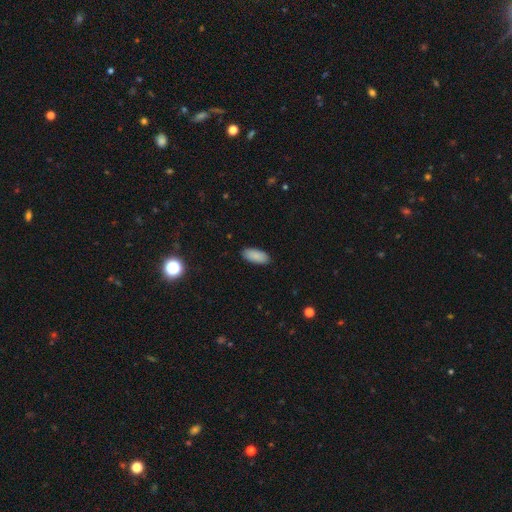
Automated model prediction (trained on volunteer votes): Smooth or featured: smooth — 88% (star or artifact — 7%)
How rounded: in between — 89% (cigar-shaped — 9%)
Merging: none — 89% (minor disturbance — 8%)